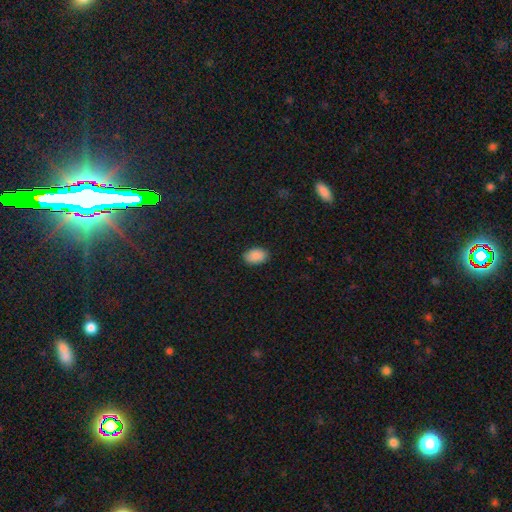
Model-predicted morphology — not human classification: Smooth or featured? Predicted: smooth (p=0.90). How rounded? Predicted: in between (p=0.87). Merging? Predicted: none (p=0.89).